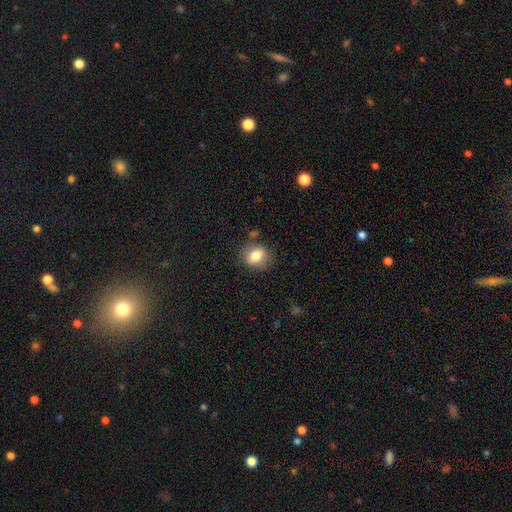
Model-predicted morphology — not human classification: smooth_or_featured: smooth (p=0.79) [alt: featured or disk p=0.12]
how_rounded: round (p=0.51) [alt: in between p=0.48]
merging: none (p=0.76) [alt: minor disturbance p=0.16]